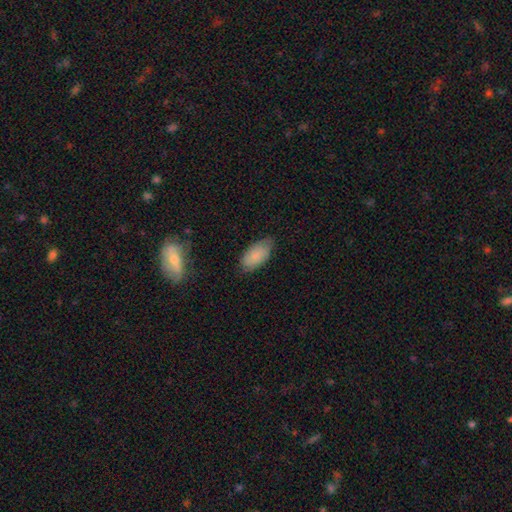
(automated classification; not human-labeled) smooth-or-featured: smooth: 79% | featured or disk: 14% | star or artifact: 7%
  how-rounded: in between: 93% | cigar-shaped: 4% | round: 3%
  merging: none: 73% | minor disturbance: 21% | major disturbance: 4% | merger: 1%